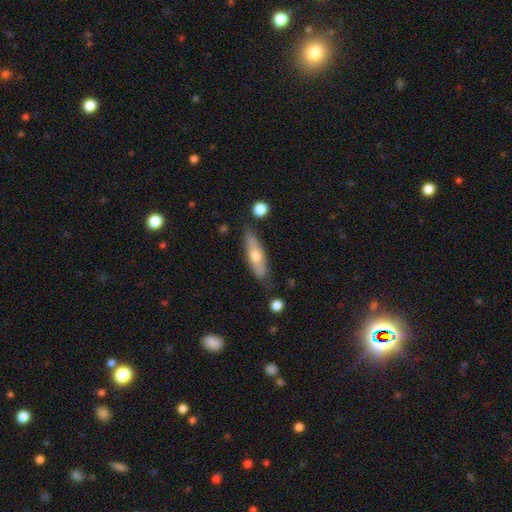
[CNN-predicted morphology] smooth-or-featured: smooth: 54% | featured or disk: 40% | star or artifact: 6%
  how-rounded: cigar-shaped: 61% | in between: 36% | round: 2%
  merging: none: 80% | minor disturbance: 15% | major disturbance: 3% | merger: 3%